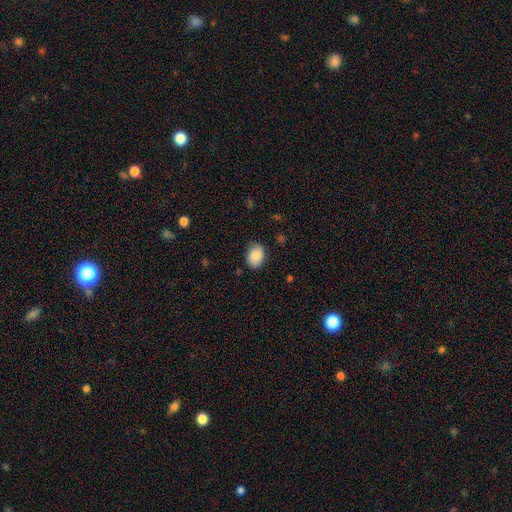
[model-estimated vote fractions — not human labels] A smooth galaxy with no disk features (85%) that is in between round and cigar-shaped (74%). Merging: none (77%).